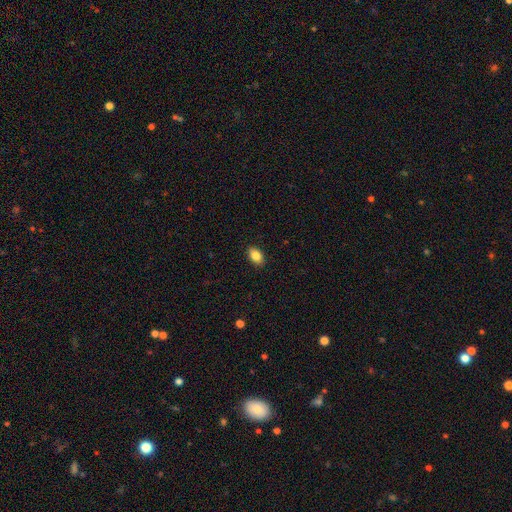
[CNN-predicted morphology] type=smooth (86%); roundness=in between (88%); merging=none (90%).